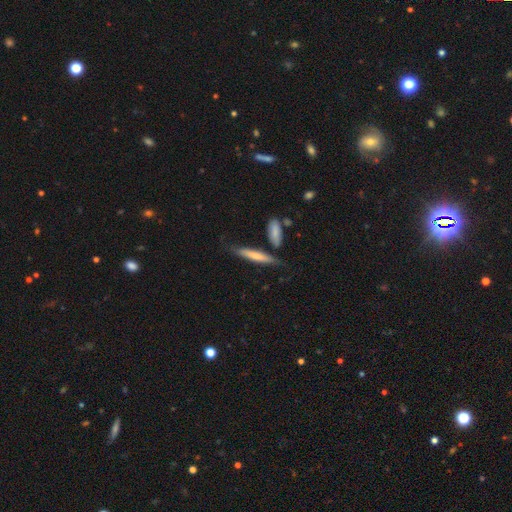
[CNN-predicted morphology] Smooth or featured? smooth (64%)
How rounded? cigar-shaped (88%)
Merging? none (68%)